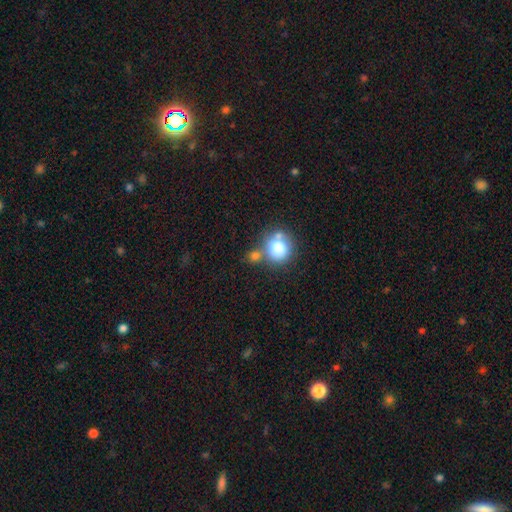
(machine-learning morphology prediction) Overall: smooth (79%). How rounded: round (77%). Merging: none (46%; merger 35%).